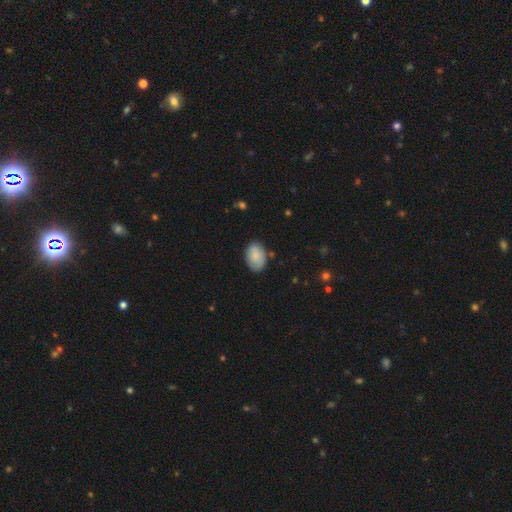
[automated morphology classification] Smooth or featured?
  - smooth: 84% *
  - featured or disk: 10%
  - star or artifact: 7%
How rounded?
  - in between: 87% *
  - round: 12%
  - cigar-shaped: 1%
Merging?
  - none: 77% *
  - minor disturbance: 17%
  - major disturbance: 3%
  - merger: 2%